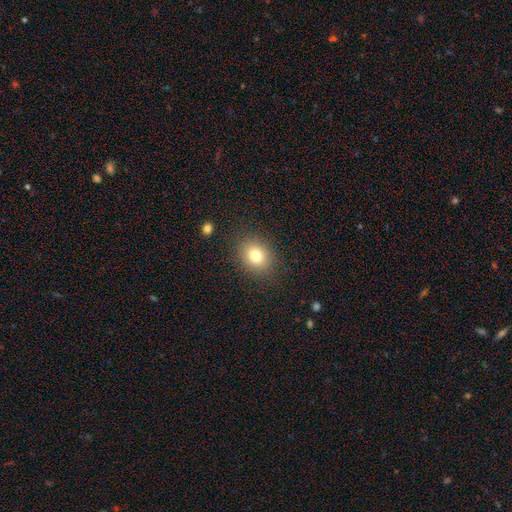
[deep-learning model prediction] Smooth or featured?
  - smooth: 78% *
  - star or artifact: 12%
  - featured or disk: 10%
How rounded?
  - round: 61% *
  - in between: 38%
  - cigar-shaped: 1%
Merging?
  - none: 87% *
  - minor disturbance: 9%
  - major disturbance: 3%
  - merger: 1%